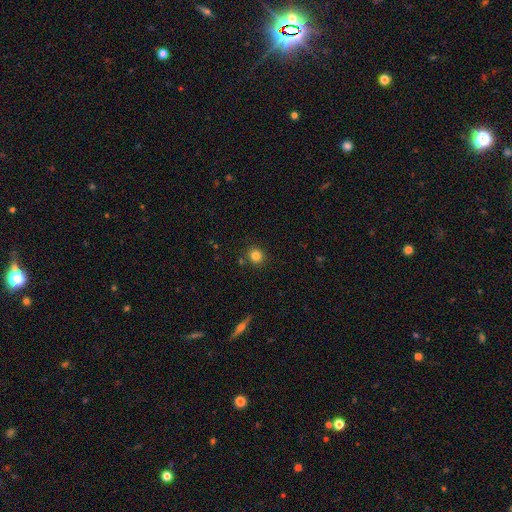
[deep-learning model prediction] Smooth or featured?
  - smooth: 82% *
  - star or artifact: 12%
  - featured or disk: 6%
How rounded?
  - round: 88% *
  - in between: 11%
  - cigar-shaped: 1%
Merging?
  - none: 86% *
  - minor disturbance: 8%
  - merger: 4%
  - major disturbance: 2%